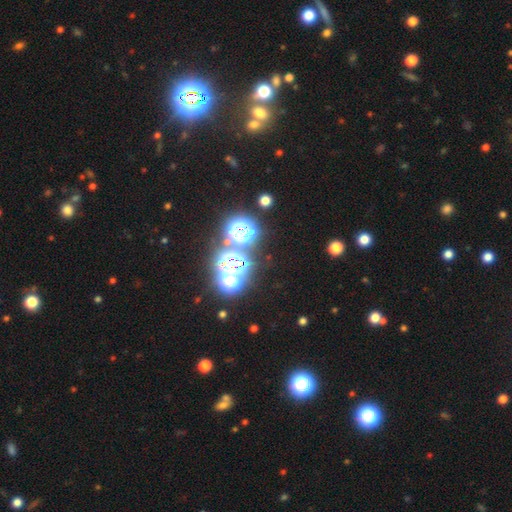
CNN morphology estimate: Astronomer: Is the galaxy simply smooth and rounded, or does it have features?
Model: star or artifact — 77%.